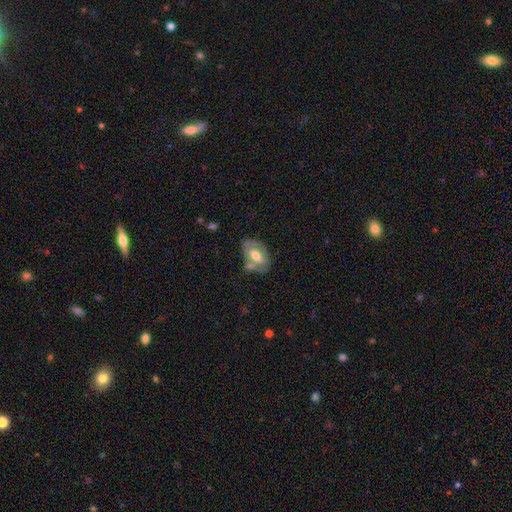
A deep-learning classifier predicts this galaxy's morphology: Smooth or featured? featured or disk (58%)
Edge-on disk? no (91%)
Bar? no (43%)
Spiral arms? no (57%)
Bulge size? moderate (69%)
Merging? none (49%)